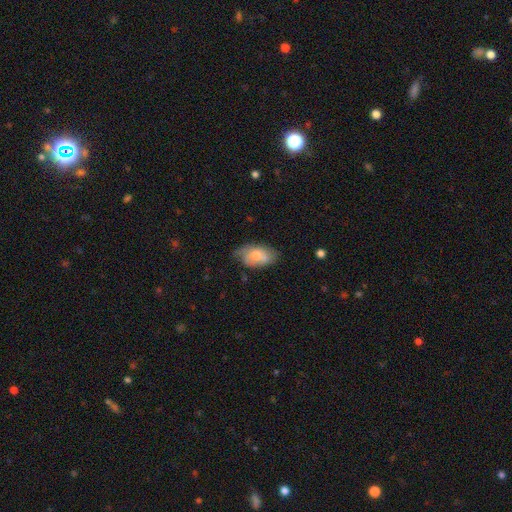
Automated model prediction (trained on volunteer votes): A smooth galaxy with no disk features (59%) that is in between round and cigar-shaped (91%).

Vote fractions:
- Smooth or featured? smooth: 59% / featured or disk: 34% / star or artifact: 7%
- How rounded? in between: 91% / round: 6% / cigar-shaped: 2%
- Merging? none: 56% / minor disturbance: 32% / major disturbance: 7% / merger: 4%